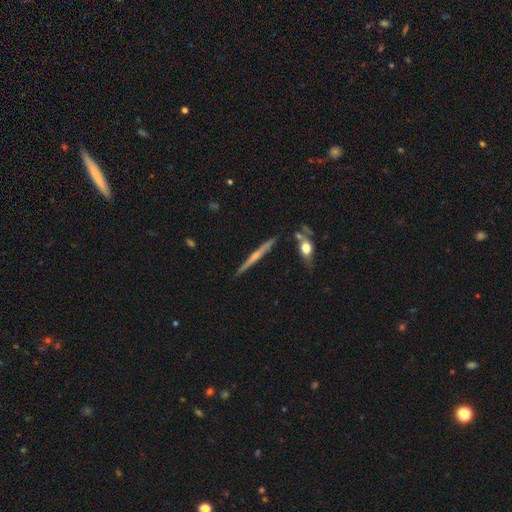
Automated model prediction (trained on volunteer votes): This appears to be a featured or disk galaxy (66%) viewed edge-on (98%) with a rounded central bulge (62%). Merging: none (86%).